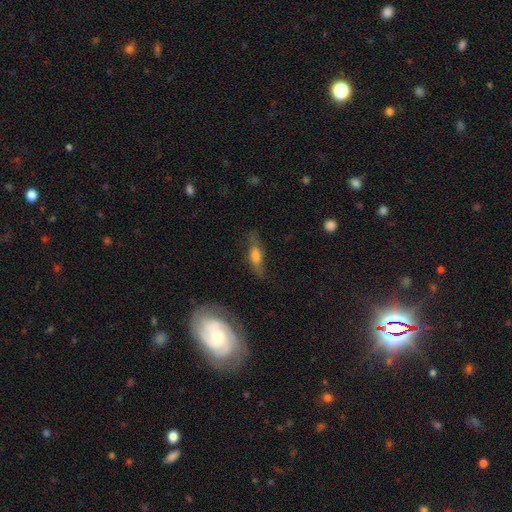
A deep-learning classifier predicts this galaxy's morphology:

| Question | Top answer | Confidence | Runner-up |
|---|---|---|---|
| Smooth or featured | smooth | 50% | featured or disk (39%) |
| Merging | none | 70% | minor disturbance (19%) |